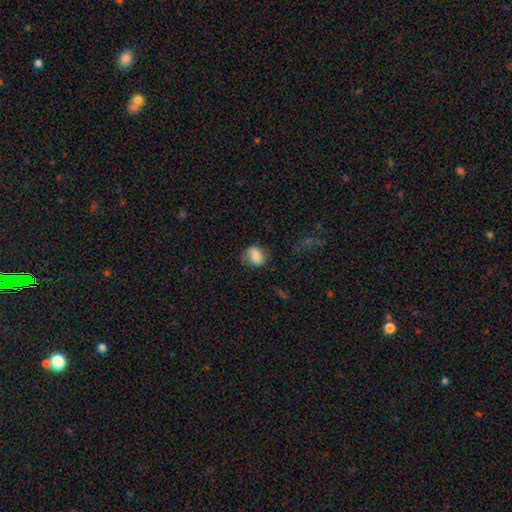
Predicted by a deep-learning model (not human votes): This appears to be a smooth galaxy with no disk features (77%) that is in between round and cigar-shaped (59%). Merging: none (63%).